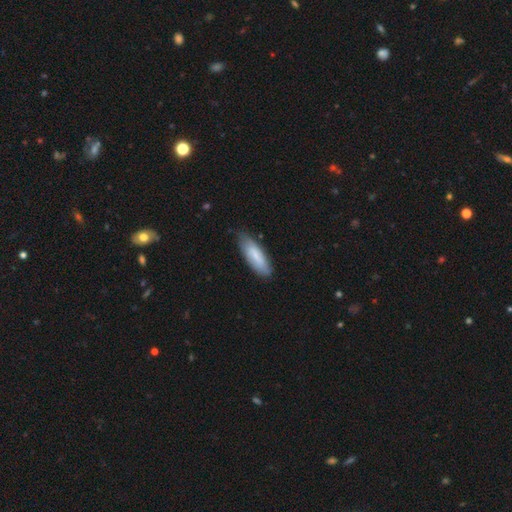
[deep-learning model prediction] smooth-or-featured: smooth: 75% | featured or disk: 20% | star or artifact: 6%
  how-rounded: in between: 58% | cigar-shaped: 41% | round: 1%
  merging: none: 74% | minor disturbance: 21% | major disturbance: 3% | merger: 2%